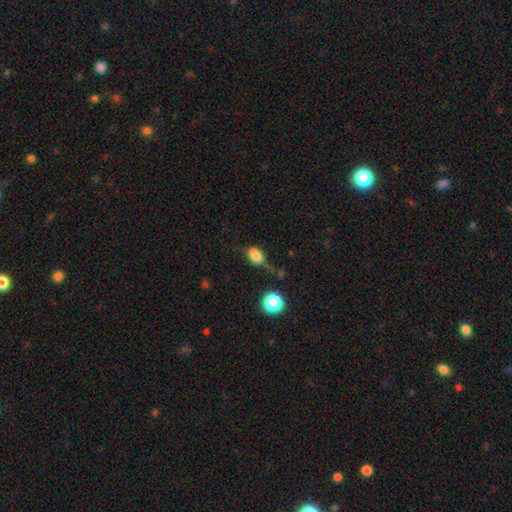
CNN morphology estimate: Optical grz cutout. It shows a smooth galaxy with no disk features (76%) that is in between round and cigar-shaped (69%). Merging: none (35%).